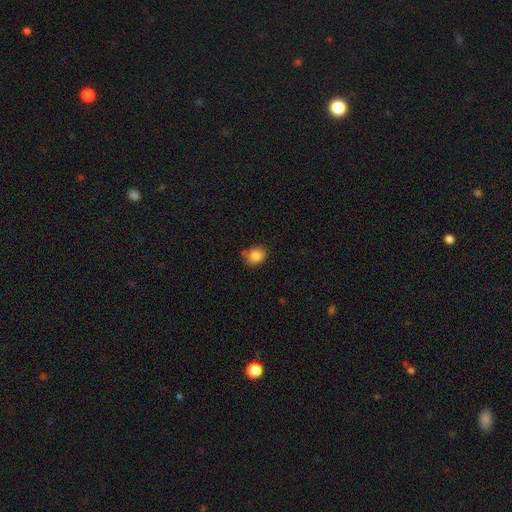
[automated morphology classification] Smooth or featured? smooth (84%)
How rounded? round (61%)
Merging? none (70%)